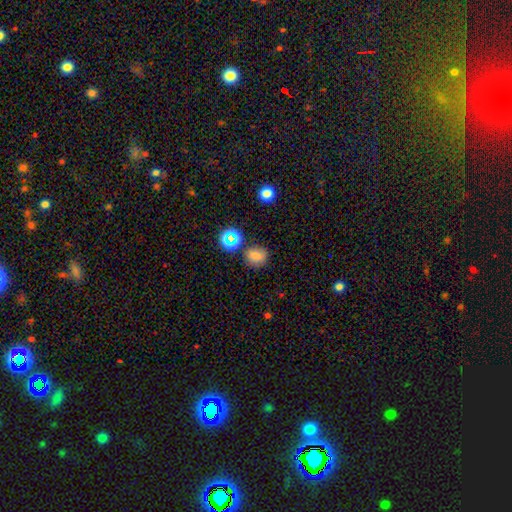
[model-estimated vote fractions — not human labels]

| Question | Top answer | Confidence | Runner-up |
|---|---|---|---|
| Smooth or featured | smooth | 73% | star or artifact (18%) |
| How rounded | round | 71% | in between (28%) |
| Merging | none | 76% | minor disturbance (14%) |